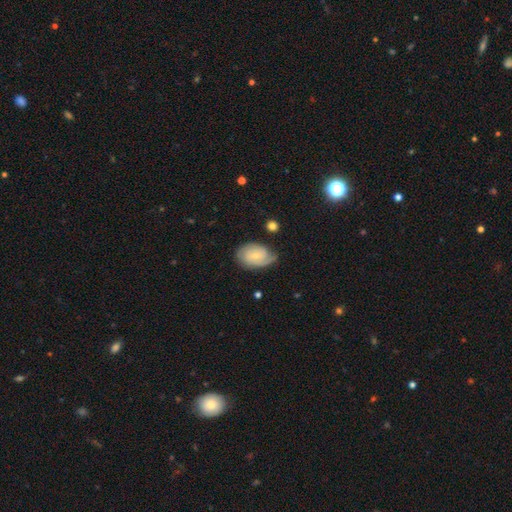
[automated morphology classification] type=featured or disk (63%); edge-on=no (96%); bar=no (55%); spiral arms=yes (90%); winding=tight (56%); arm count=2 (42%); bulge=small (73%); merging=none (66%).